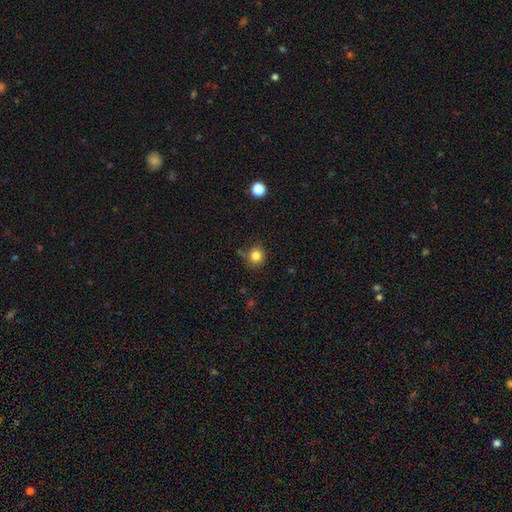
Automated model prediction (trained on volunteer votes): Q: Smooth or featured?
A: smooth (83%); runner-up: star or artifact (12%)
Q: How rounded?
A: round (90%); runner-up: in between (9%)
Q: Merging?
A: none (79%); runner-up: minor disturbance (13%)